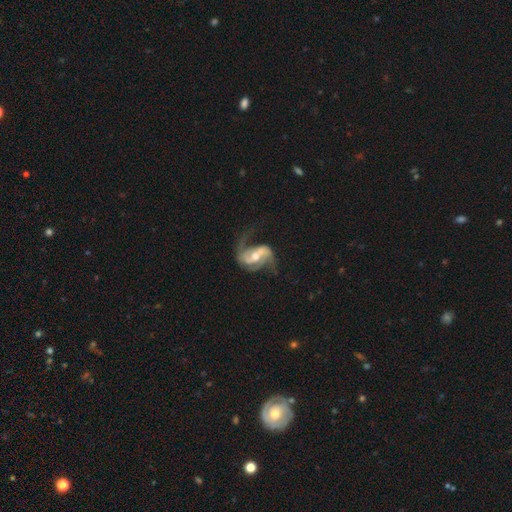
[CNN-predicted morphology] Smooth or featured? featured or disk (87%)
Edge-on disk? no (97%)
Bar? weak (44%)
Spiral arms? yes (95%)
Spiral winding? loose (45%)
Spiral arm count? 2 (77%)
Bulge size? moderate (64%)
Merging? none (49%)